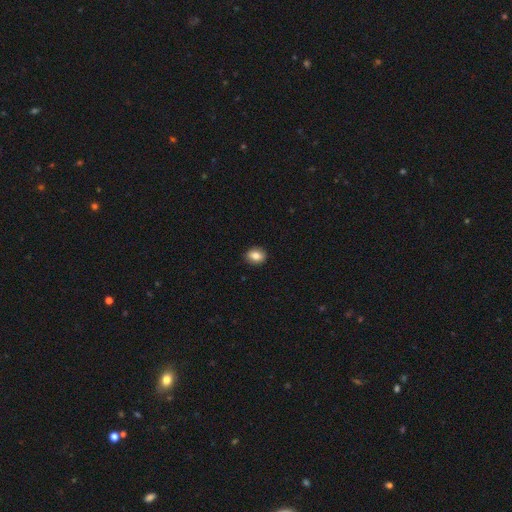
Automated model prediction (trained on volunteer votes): The model was most divided on "how rounded": in between: 54%, round: 45%, cigar-shaped: 1%. More confident: merging — none (89%); smooth or featured — smooth (82%).